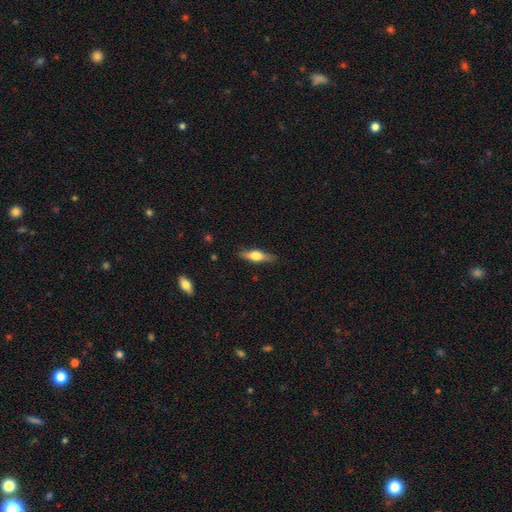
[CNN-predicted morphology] A smooth galaxy with no disk features (48%).

Vote fractions:
- Smooth or featured? smooth: 48% / featured or disk: 46% / star or artifact: 6%
- Merging? none: 86% / minor disturbance: 11% / major disturbance: 2% / merger: 1%